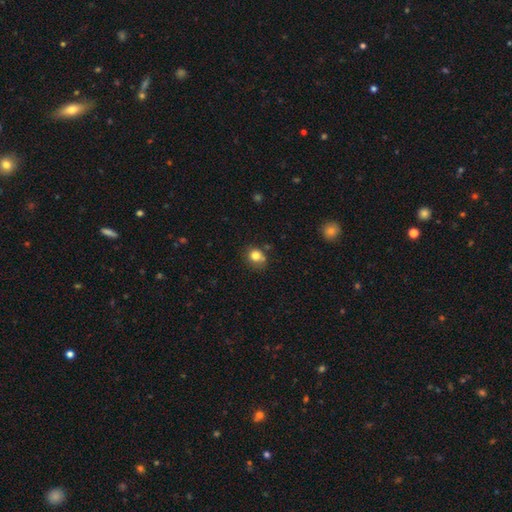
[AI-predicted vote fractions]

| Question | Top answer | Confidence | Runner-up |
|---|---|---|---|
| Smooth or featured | smooth | 79% | star or artifact (12%) |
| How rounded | round | 69% | in between (30%) |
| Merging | none | 62% | minor disturbance (22%) |